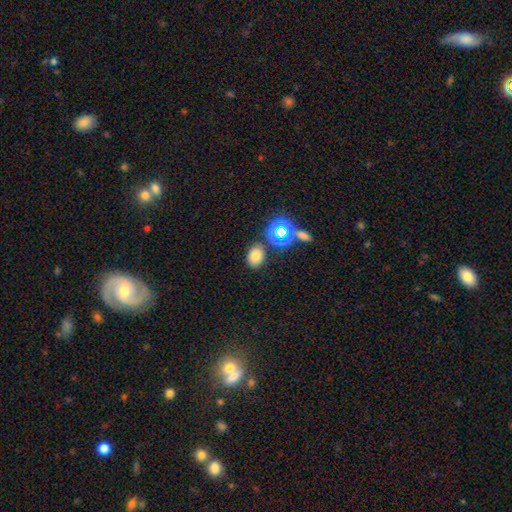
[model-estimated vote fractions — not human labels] Overall: smooth (74%). How rounded: in between (62%; round 37%). Merging: none (79%).